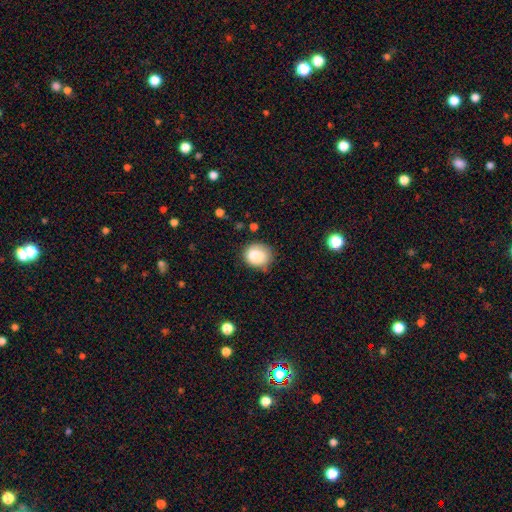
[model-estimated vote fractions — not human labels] Smooth or featured? smooth (85%)
How rounded? round (72%)
Merging? none (69%)